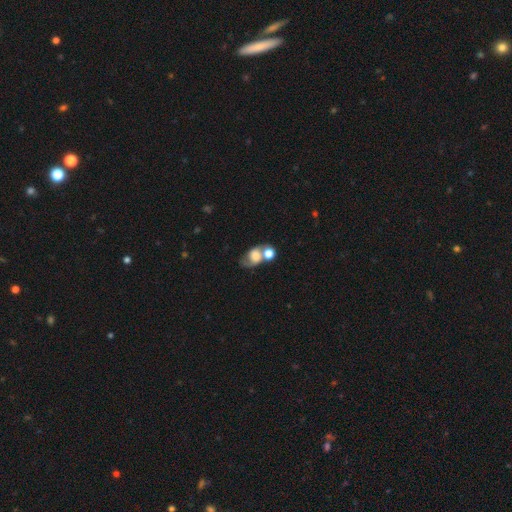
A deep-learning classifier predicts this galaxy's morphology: This appears to be a smooth galaxy with no disk features (51%) that is in between round and cigar-shaped (59%). Merging: merger (46%).